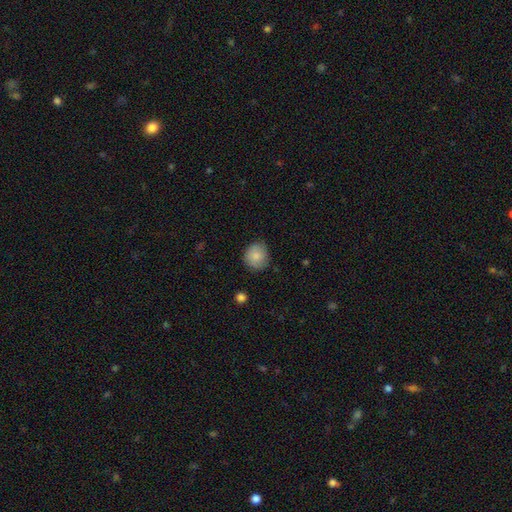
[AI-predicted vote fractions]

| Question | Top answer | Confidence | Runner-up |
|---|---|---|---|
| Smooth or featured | smooth | 82% | featured or disk (10%) |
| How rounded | round | 81% | in between (18%) |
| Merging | none | 74% | minor disturbance (21%) |